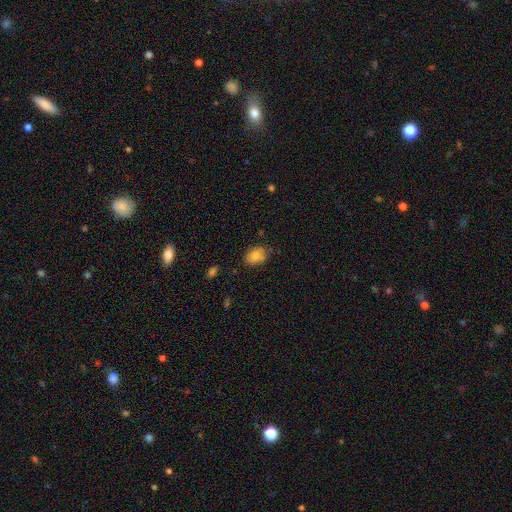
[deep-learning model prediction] A smooth galaxy with no disk features (82%) that is in between round and cigar-shaped (74%).

Vote fractions:
- Smooth or featured? smooth: 82% / featured or disk: 10% / star or artifact: 8%
- How rounded? in between: 74% / round: 25% / cigar-shaped: 1%
- Merging? none: 75% / minor disturbance: 18% / major disturbance: 3% / merger: 3%